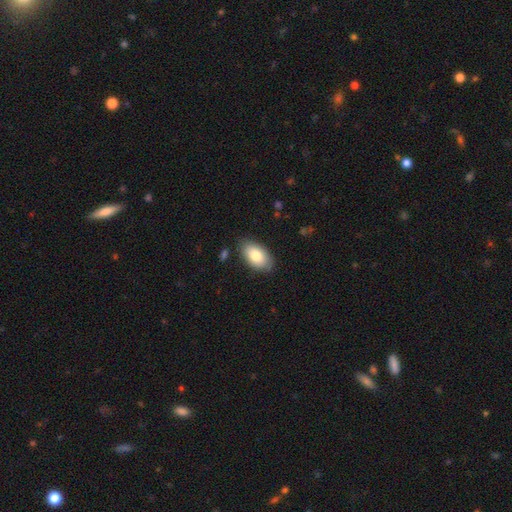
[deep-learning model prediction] smooth-or-featured: smooth: 80% | featured or disk: 14% | star or artifact: 6%
  how-rounded: in between: 94% | round: 4% | cigar-shaped: 2%
  merging: none: 84% | minor disturbance: 12% | major disturbance: 3% | merger: 2%